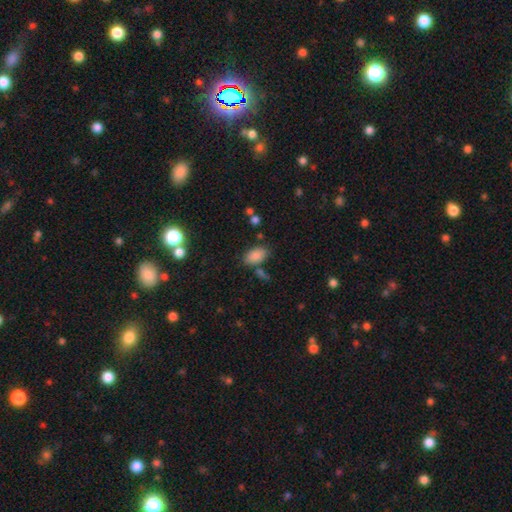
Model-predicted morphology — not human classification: Smooth or featured? Predicted: smooth (p=0.85). How rounded? Predicted: in between (p=0.93). Merging? Predicted: none (p=0.71).